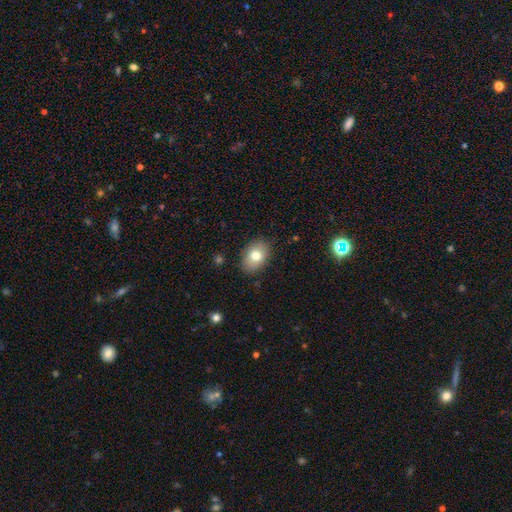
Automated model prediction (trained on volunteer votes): A smooth galaxy with no disk features (77%) that is in between round and cigar-shaped (83%).

Vote fractions:
- Smooth or featured? smooth: 77% / featured or disk: 14% / star or artifact: 8%
- How rounded? in between: 83% / round: 16% / cigar-shaped: 1%
- Merging? none: 86% / minor disturbance: 11% / major disturbance: 2% / merger: 1%